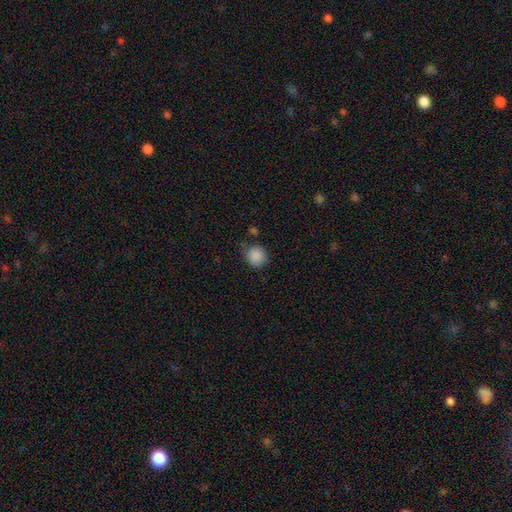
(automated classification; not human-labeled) A smooth galaxy with no disk features (88%) that is round (85%).

Vote fractions:
- Smooth or featured? smooth: 88% / star or artifact: 9% / featured or disk: 3%
- How rounded? round: 85% / in between: 14% / cigar-shaped: 1%
- Merging? none: 74% / minor disturbance: 18% / major disturbance: 4% / merger: 4%